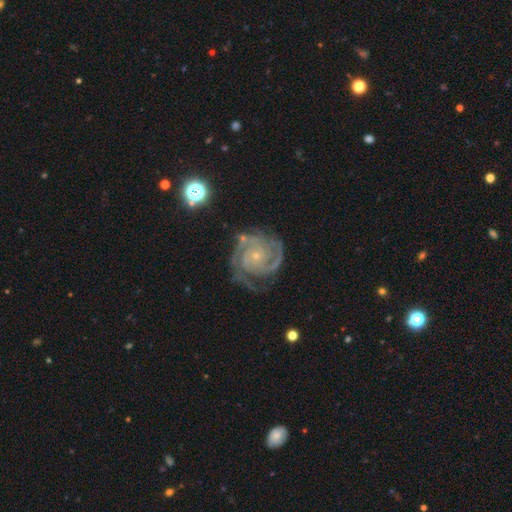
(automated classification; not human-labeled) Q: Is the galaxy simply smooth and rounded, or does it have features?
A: featured or disk — 90%.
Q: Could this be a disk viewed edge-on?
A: no — 98%.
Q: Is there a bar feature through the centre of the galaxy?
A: no — 76%.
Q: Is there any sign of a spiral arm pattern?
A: yes — 98%.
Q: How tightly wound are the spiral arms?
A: tight — 68%.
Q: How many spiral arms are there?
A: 3 — 35%.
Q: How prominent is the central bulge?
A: small — 82%.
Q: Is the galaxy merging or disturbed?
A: none — 68%.